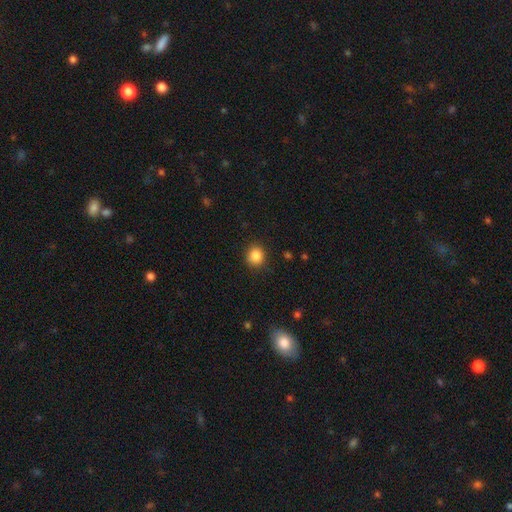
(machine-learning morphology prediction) Smooth or featured? Predicted: smooth (p=0.86). How rounded? Predicted: round (p=0.85). Merging? Predicted: none (p=0.88).